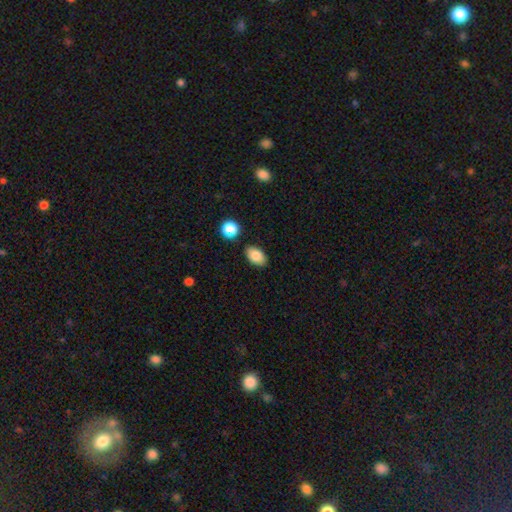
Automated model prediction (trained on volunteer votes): Smooth or featured? smooth (85%)
How rounded? in between (90%)
Merging? none (83%)